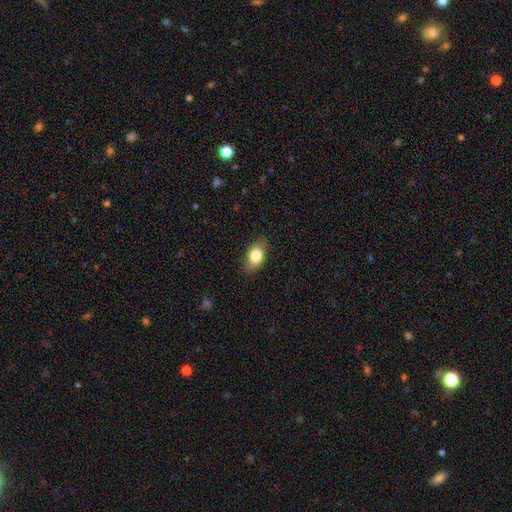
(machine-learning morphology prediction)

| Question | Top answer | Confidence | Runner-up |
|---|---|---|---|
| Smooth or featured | smooth | 79% | featured or disk (13%) |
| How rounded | in between | 84% | round (12%) |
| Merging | none | 81% | minor disturbance (15%) |